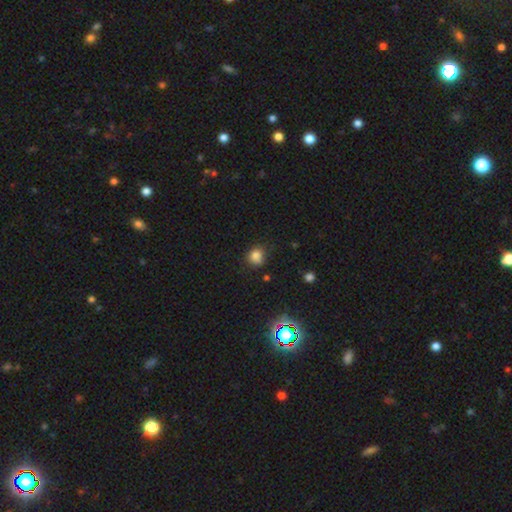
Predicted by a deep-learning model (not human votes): A smooth galaxy with no disk features (79%) that is round (79%). Merging: none (73%).